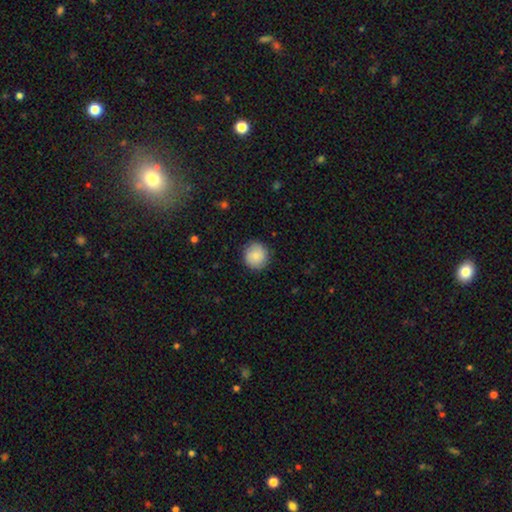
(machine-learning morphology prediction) Smooth or featured? smooth (84%)
How rounded? round (93%)
Merging? none (88%)